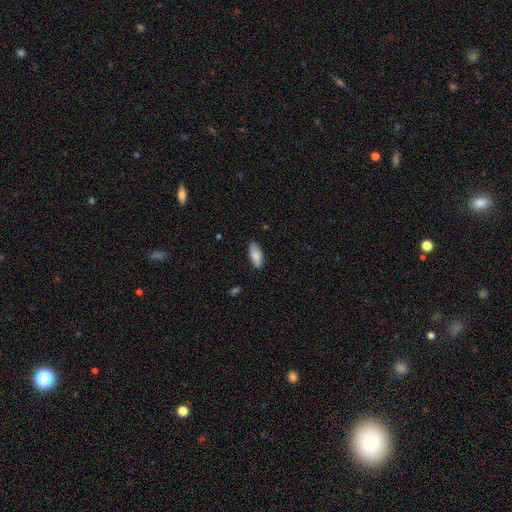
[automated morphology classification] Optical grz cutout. It shows a smooth galaxy with no disk features (80%) that is in between round and cigar-shaped (83%). Merging: none (80%).